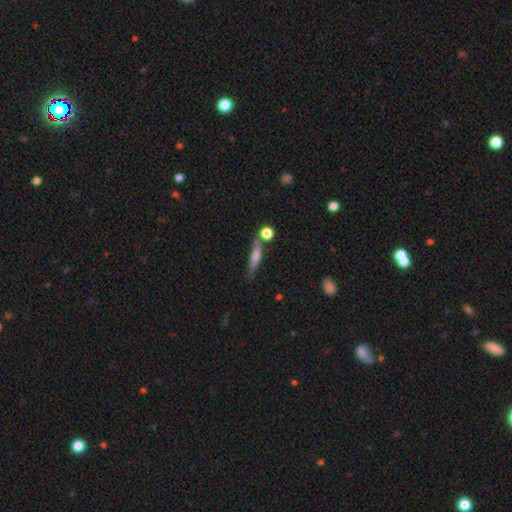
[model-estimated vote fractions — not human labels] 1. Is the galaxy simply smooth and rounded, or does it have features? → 48% smooth, 41% featured or disk, 11% star or artifact.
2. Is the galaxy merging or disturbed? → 70% none, 14% minor disturbance, 11% merger, 5% major disturbance.